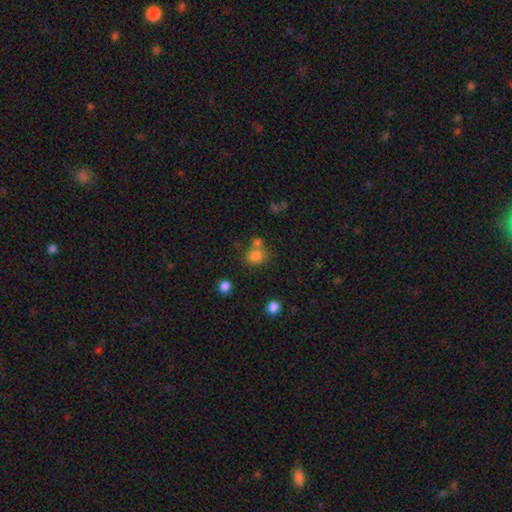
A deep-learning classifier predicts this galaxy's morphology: A smooth galaxy with no disk features (80%) that is round (67%). Merging: none (56%).